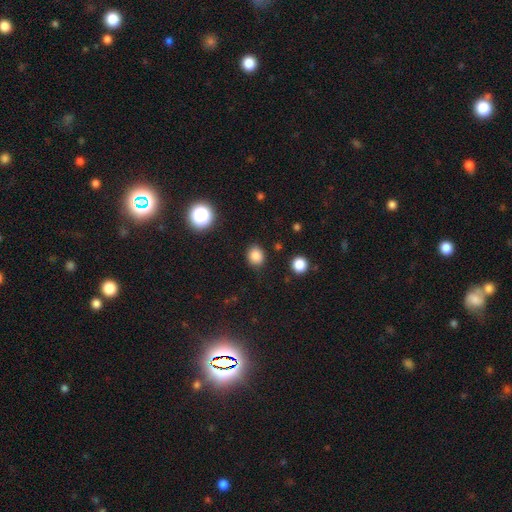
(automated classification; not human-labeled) Smooth or featured?
  - smooth: 84% *
  - star or artifact: 13%
  - featured or disk: 4%
How rounded?
  - round: 63% *
  - in between: 36%
  - cigar-shaped: 1%
Merging?
  - none: 85% *
  - minor disturbance: 10%
  - major disturbance: 3%
  - merger: 2%